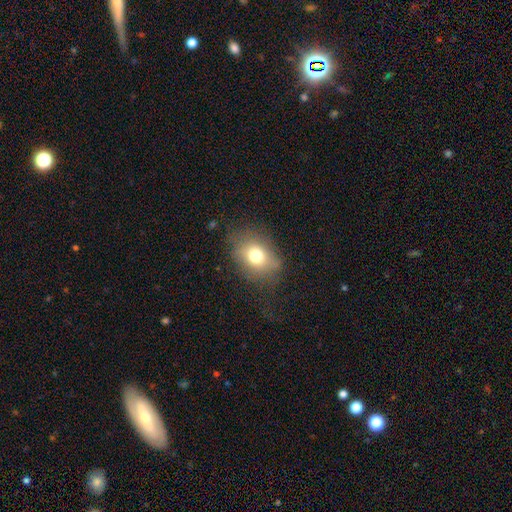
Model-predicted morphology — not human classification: Smooth or featured? Predicted: smooth (p=0.73). How rounded? Predicted: in between (p=0.60). Merging? Predicted: none (p=0.71).